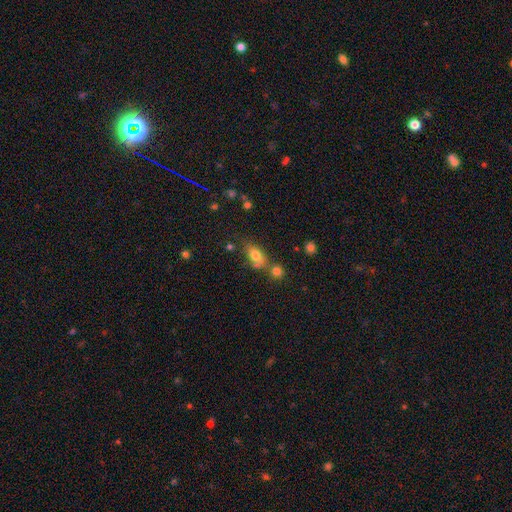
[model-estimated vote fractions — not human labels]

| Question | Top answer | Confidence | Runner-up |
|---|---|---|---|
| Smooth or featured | smooth | 76% | featured or disk (13%) |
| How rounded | in between | 81% | round (13%) |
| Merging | none | 51% | merger (22%) |